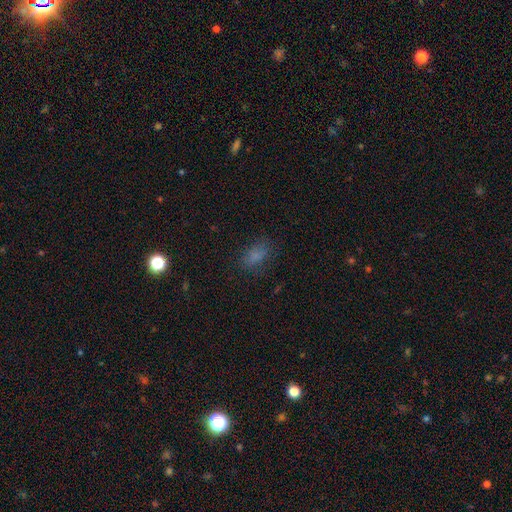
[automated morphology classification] Overall: smooth (73%). How rounded: in between (84%). Merging: none (70%).